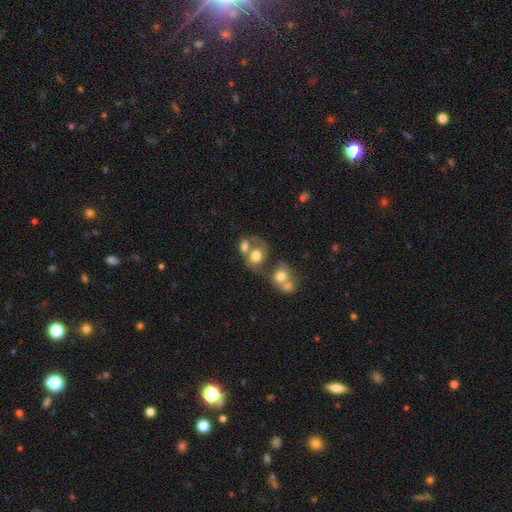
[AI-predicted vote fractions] A smooth galaxy with no disk features (63%) that is round (51%). Merging: merger (55%).